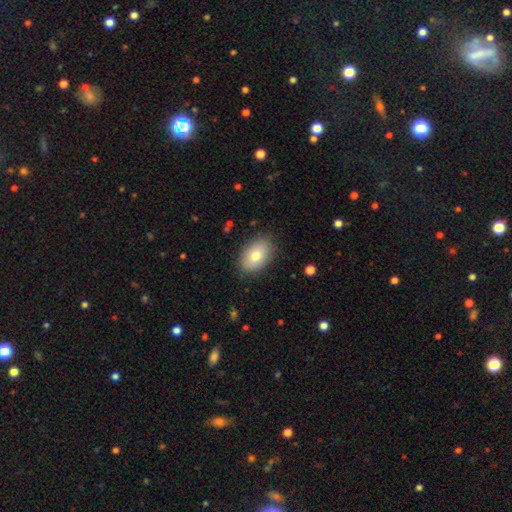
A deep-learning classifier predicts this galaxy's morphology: smooth 77%, featured or disk 16%, star or artifact 7%. Down the decision tree: how rounded — in between (88%); merging — none (85%).